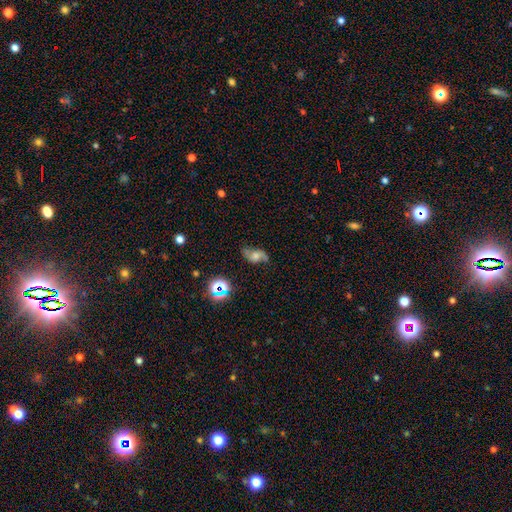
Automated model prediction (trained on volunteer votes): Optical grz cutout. It shows a featured or disk galaxy (54%). Merging: none (64%).